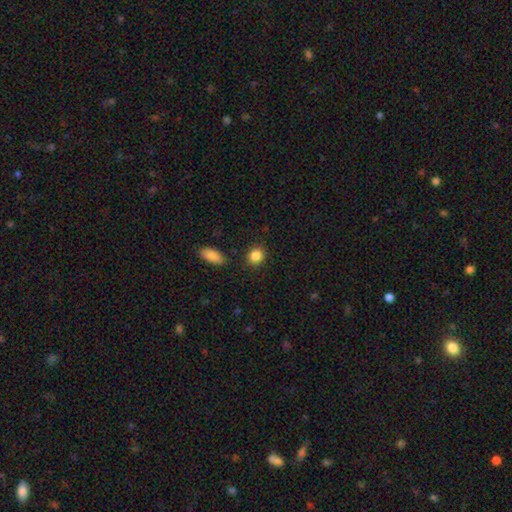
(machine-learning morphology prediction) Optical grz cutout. It shows a smooth galaxy with no disk features (87%) that is round (76%). Merging: none (86%).